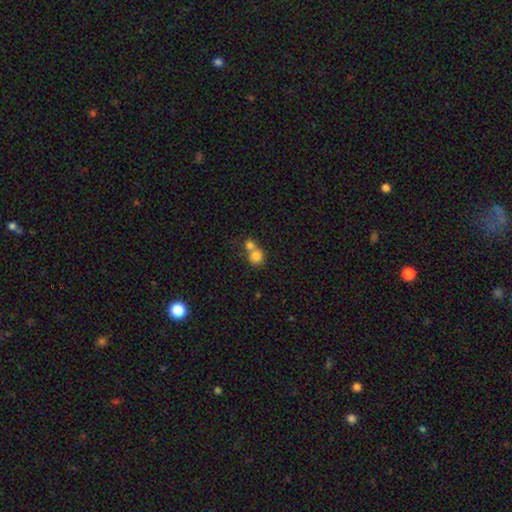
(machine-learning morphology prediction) smooth-or-featured: smooth: 79% | featured or disk: 12% | star or artifact: 10%
  how-rounded: round: 84% | in between: 15% | cigar-shaped: 1%
  merging: merger: 57% | none: 34% | minor disturbance: 6% | major disturbance: 3%